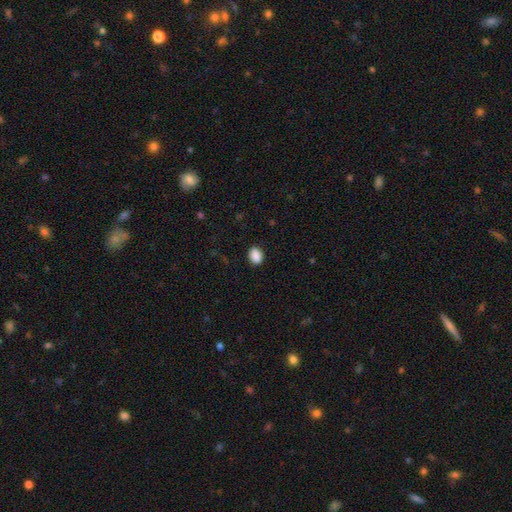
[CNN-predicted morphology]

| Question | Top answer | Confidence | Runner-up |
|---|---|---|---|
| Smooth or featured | smooth | 89% | star or artifact (8%) |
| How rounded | in between | 71% | round (27%) |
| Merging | none | 87% | minor disturbance (10%) |